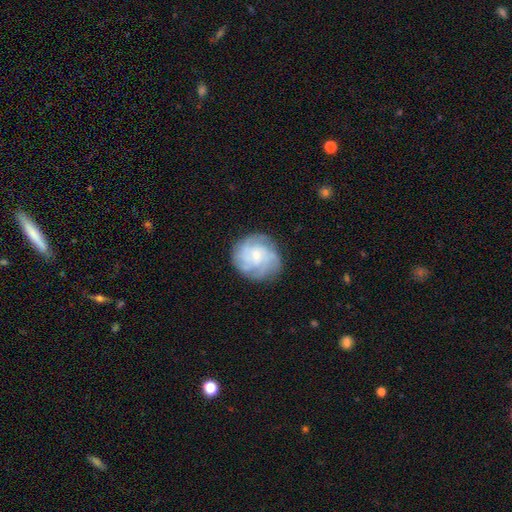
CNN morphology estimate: Q: Smooth or featured?
A: featured or disk (65%); runner-up: smooth (28%)
Q: Edge-on disk?
A: no (98%); runner-up: yes (2%)
Q: Bar?
A: no (65%); runner-up: weak (31%)
Q: Spiral arms?
A: yes (88%); runner-up: no (12%)
Q: Spiral winding?
A: tight (54%); runner-up: medium (34%)
Q: Spiral arm count?
A: can't tell (41%); runner-up: 4 (19%)
Q: Bulge size?
A: small (53%); runner-up: moderate (33%)
Q: Merging?
A: none (76%); runner-up: minor disturbance (16%)